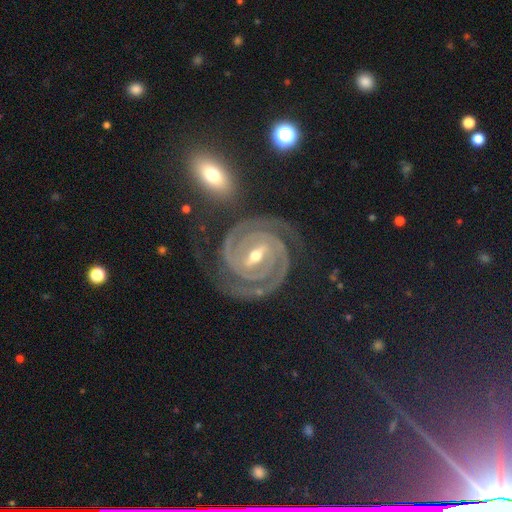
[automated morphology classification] A featured or disk galaxy (93%) with a strong bar (59%), 2 (87%) tight (79%) spiral arms (99%) and a moderate central bulge (57%).

Vote fractions:
- Smooth or featured? featured or disk: 93% / star or artifact: 4% / smooth: 3%
- Edge-on disk? no: 98% / yes: 2%
- Bar? strong: 59% / weak: 32% / no: 10%
- Spiral arms? yes: 99% / no: 1%
- Spiral winding? tight: 79% / medium: 19% / loose: 3%
- Spiral arm count? 2: 87% / 3: 5% / can't tell: 3% / 4: 2% / 1: 2% / more than 4: 2%
- Bulge size? moderate: 57% / small: 39% / large: 2% / none: 1% / dominant: 1%
- Merging? none: 78% / minor disturbance: 13% / major disturbance: 5% / merger: 5%